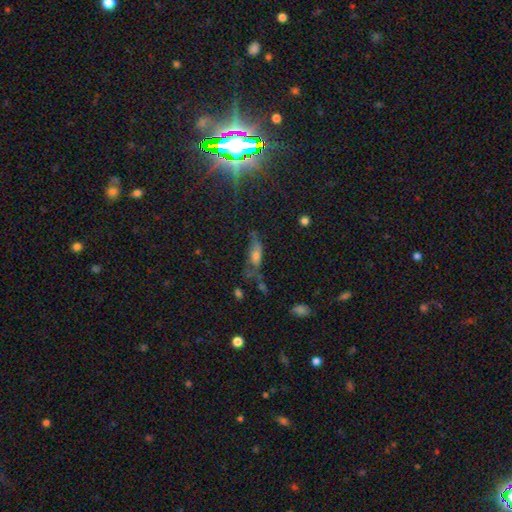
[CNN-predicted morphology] Smooth or featured? Predicted: smooth (p=0.44). Merging? Predicted: none (p=0.46).